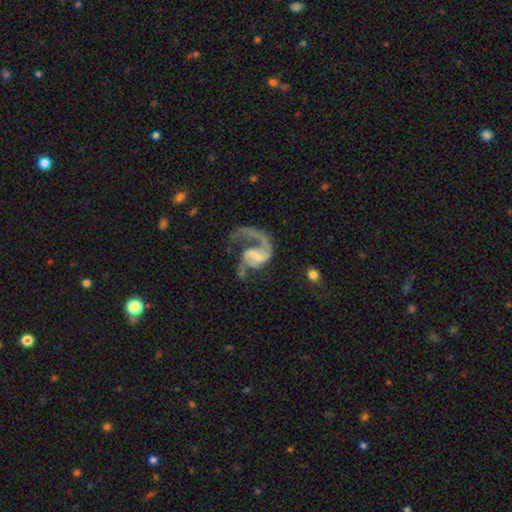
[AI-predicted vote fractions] Morphology: type=featured or disk (86%); edge-on=no (98%); bar=weak (47%); spiral arms=yes (93%); winding=loose (51%); arm count=2 (54%); bulge=none (45%); merging=major disturbance (42%).